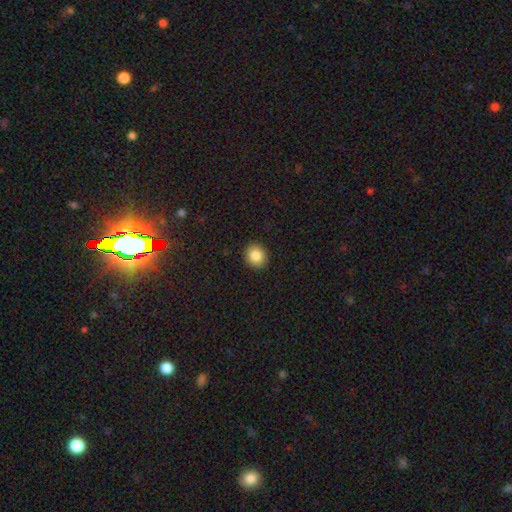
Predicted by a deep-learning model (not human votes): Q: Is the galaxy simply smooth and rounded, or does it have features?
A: smooth — 84%.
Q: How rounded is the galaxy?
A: round — 75%.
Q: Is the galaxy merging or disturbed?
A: none — 91%.